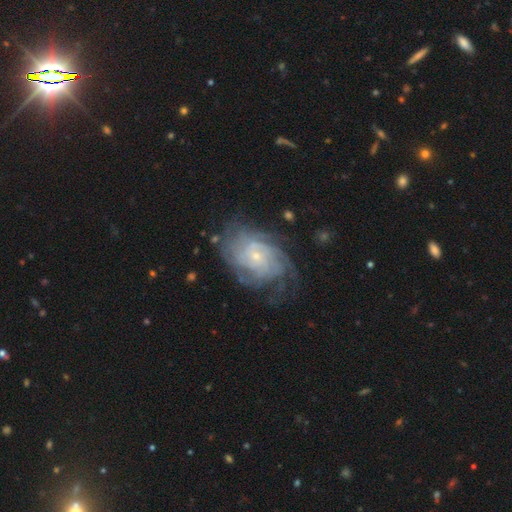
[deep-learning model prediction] Morphology: type=featured or disk (83%); edge-on=no (97%); bar=no (74%); spiral arms=yes (94%); winding=tight (68%); arm count=can't tell (43%); bulge=small (77%); merging=none (66%).